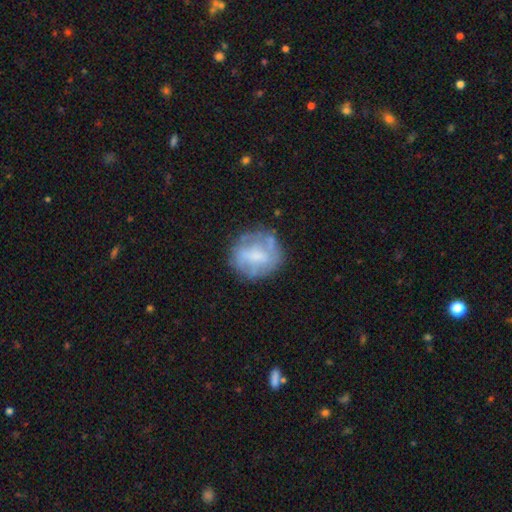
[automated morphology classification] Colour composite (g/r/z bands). It shows a featured or disk galaxy (48%). Merging: none (67%).